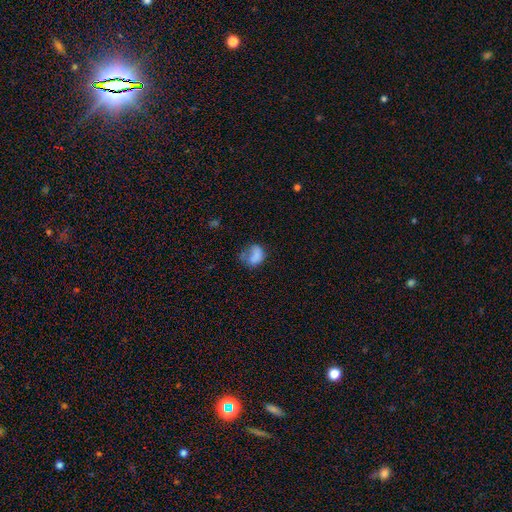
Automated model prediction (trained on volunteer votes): Overall: smooth (71%). How rounded: in between (60%; round 39%). Merging: none (33%; minor disturbance 28%).